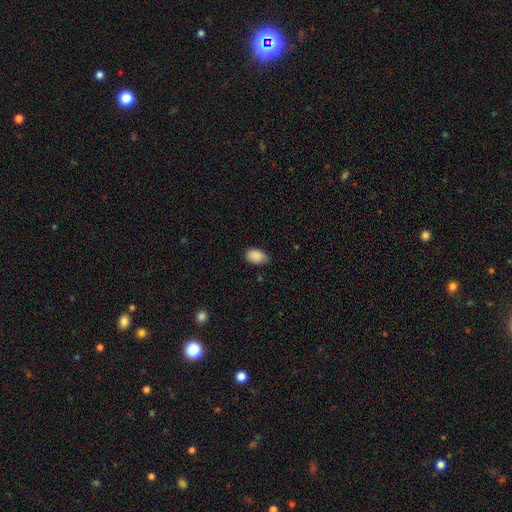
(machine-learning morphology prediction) Smooth or featured: smooth — 89% (star or artifact — 7%)
How rounded: in between — 90% (round — 9%)
Merging: none — 72% (minor disturbance — 23%)